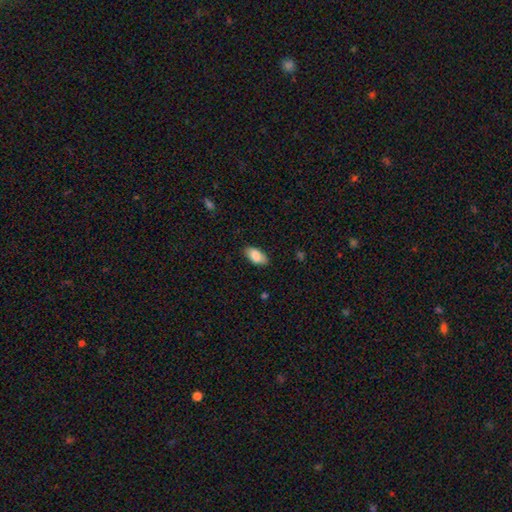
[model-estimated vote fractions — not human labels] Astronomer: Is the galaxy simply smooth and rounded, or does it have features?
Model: smooth — 86%.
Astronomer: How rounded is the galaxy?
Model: in between — 93%.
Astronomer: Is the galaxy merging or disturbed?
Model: none — 84%.